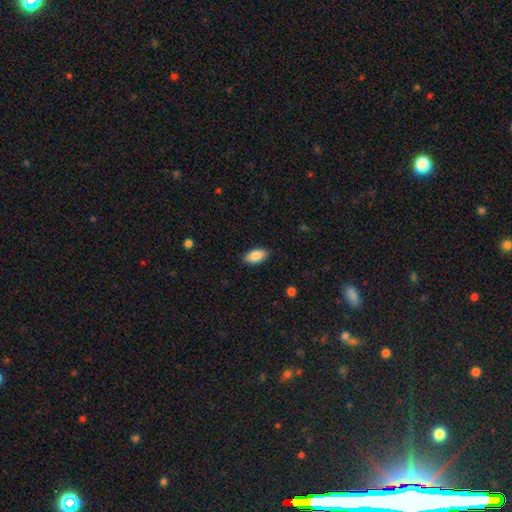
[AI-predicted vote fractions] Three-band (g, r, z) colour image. It shows a smooth galaxy with no disk features (87%) that is in between round and cigar-shaped (93%). Merging: none (88%).